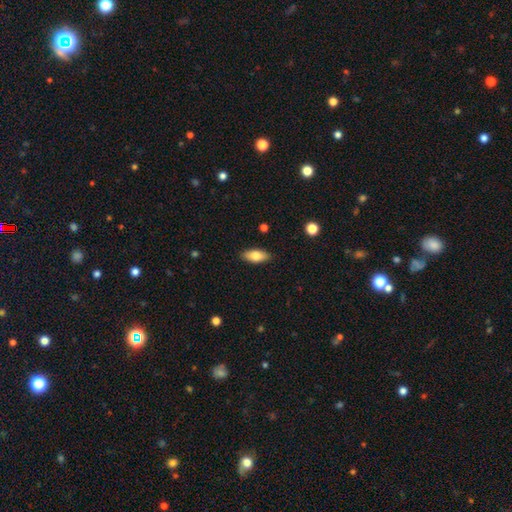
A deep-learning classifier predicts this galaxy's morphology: A smooth galaxy with no disk features (78%) that is in between round and cigar-shaped (84%).

Vote fractions:
- Smooth or featured? smooth: 78% / featured or disk: 16% / star or artifact: 7%
- How rounded? in between: 84% / cigar-shaped: 14% / round: 3%
- Merging? none: 88% / minor disturbance: 9% / major disturbance: 2% / merger: 1%